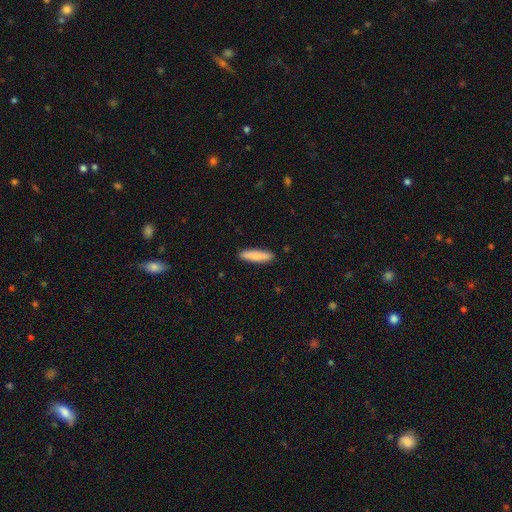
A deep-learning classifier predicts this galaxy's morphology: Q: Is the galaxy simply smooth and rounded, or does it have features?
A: smooth — 85%.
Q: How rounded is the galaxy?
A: cigar-shaped — 75%.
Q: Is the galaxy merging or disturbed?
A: none — 89%.